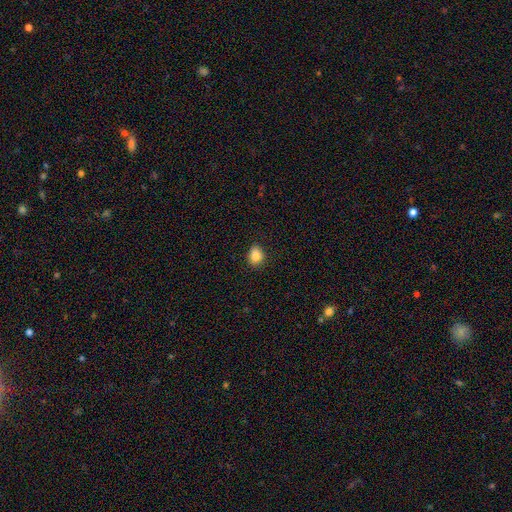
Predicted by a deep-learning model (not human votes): Smooth or featured?
  - smooth: 86% *
  - star or artifact: 10%
  - featured or disk: 4%
How rounded?
  - in between: 56% *
  - round: 43%
  - cigar-shaped: 1%
Merging?
  - none: 83% *
  - minor disturbance: 14%
  - major disturbance: 3%
  - merger: 1%